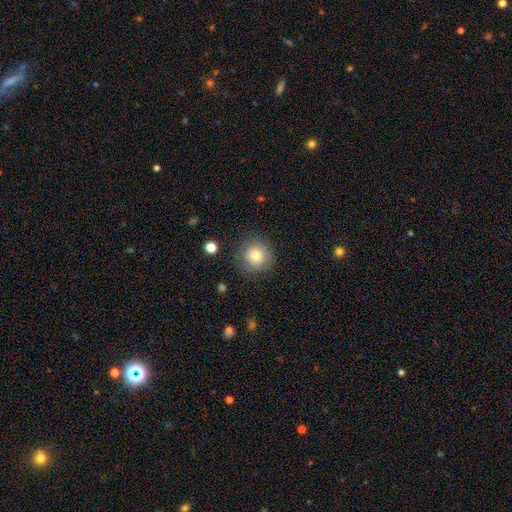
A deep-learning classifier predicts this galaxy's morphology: smooth-or-featured: smooth: 82% | star or artifact: 9% | featured or disk: 9%
  how-rounded: round: 94% | in between: 5% | cigar-shaped: 1%
  merging: none: 83% | minor disturbance: 11% | major disturbance: 4% | merger: 2%